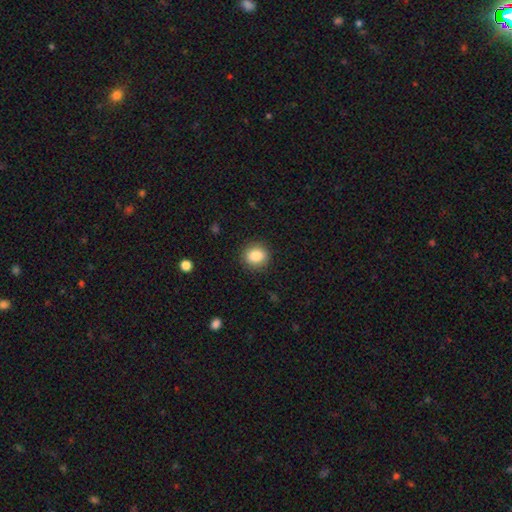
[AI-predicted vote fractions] This appears to be a smooth galaxy with no disk features (86%) that is round (82%). Merging: none (89%).